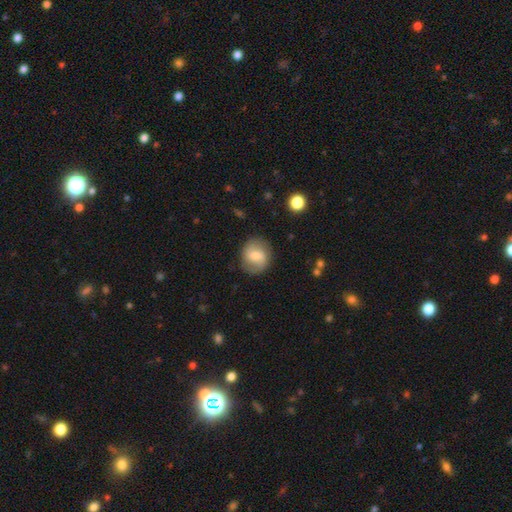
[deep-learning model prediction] Smooth or featured? featured or disk (48%)
Merging? none (82%)